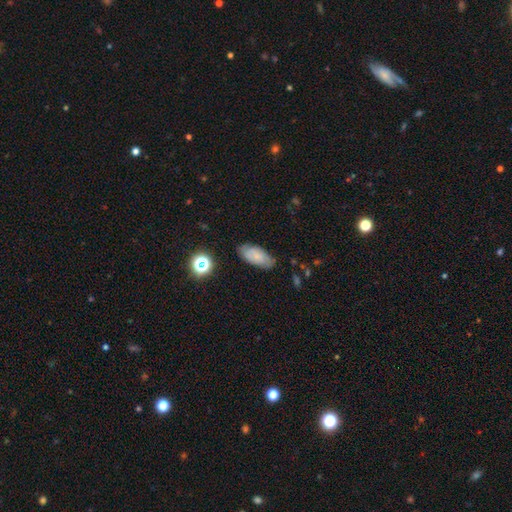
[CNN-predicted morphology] Smooth or featured: smooth — 66% (featured or disk — 24%)
How rounded: in between — 89% (cigar-shaped — 8%)
Merging: none — 76% (minor disturbance — 18%)